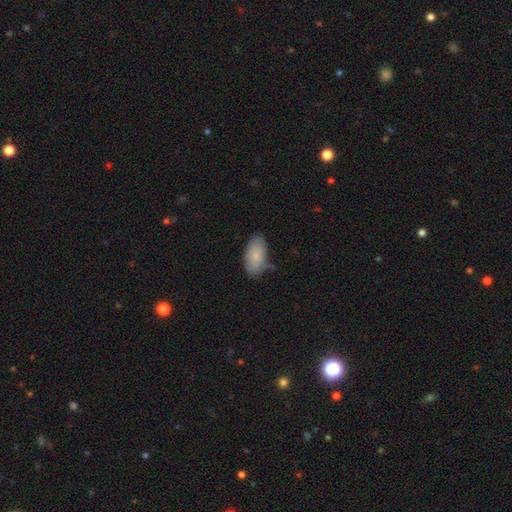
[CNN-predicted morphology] Q: Smooth or featured?
A: smooth (83%); runner-up: featured or disk (11%)
Q: How rounded?
A: in between (95%); runner-up: round (3%)
Q: Merging?
A: none (68%); runner-up: minor disturbance (24%)